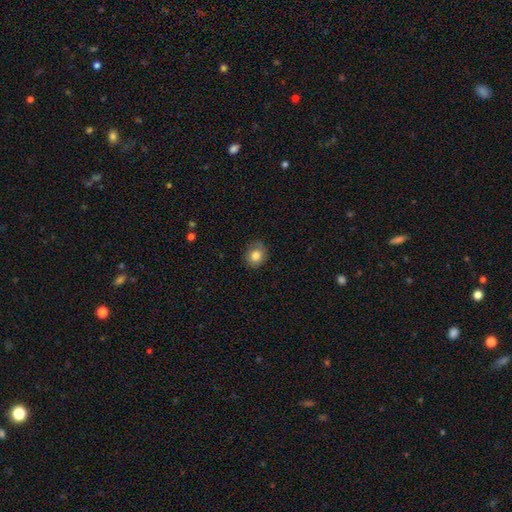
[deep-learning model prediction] A smooth galaxy with no disk features (81%) that is round (71%).

Vote fractions:
- Smooth or featured? smooth: 81% / star or artifact: 10% / featured or disk: 9%
- How rounded? round: 71% / in between: 28% / cigar-shaped: 1%
- Merging? none: 81% / minor disturbance: 15% / major disturbance: 3% / merger: 1%